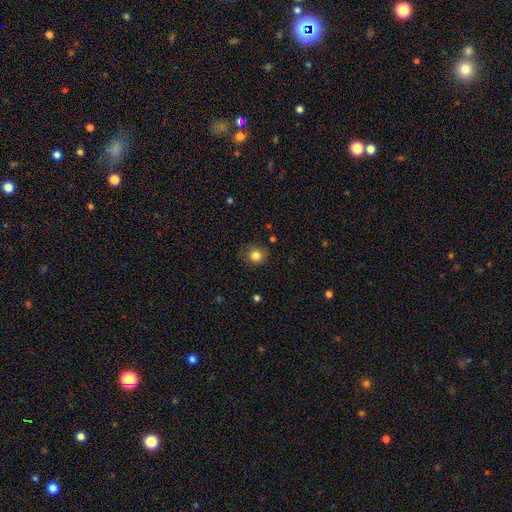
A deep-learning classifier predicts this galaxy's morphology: Smooth or featured? Predicted: smooth (p=0.83). How rounded? Predicted: round (p=0.85). Merging? Predicted: none (p=0.79).